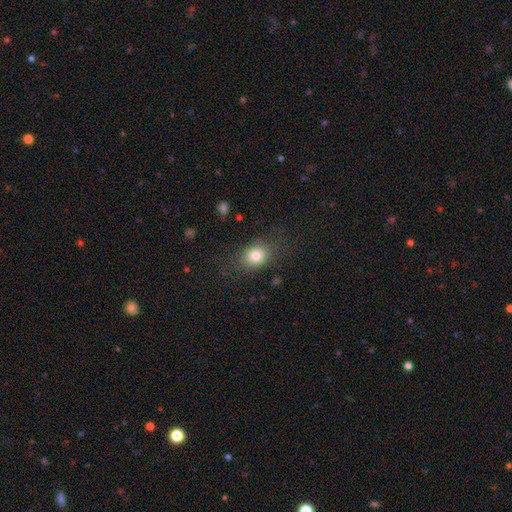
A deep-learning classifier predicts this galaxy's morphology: smooth 81%, star or artifact 10%, featured or disk 9%. Down the decision tree: how rounded — in between (54%); merging — none (75%).